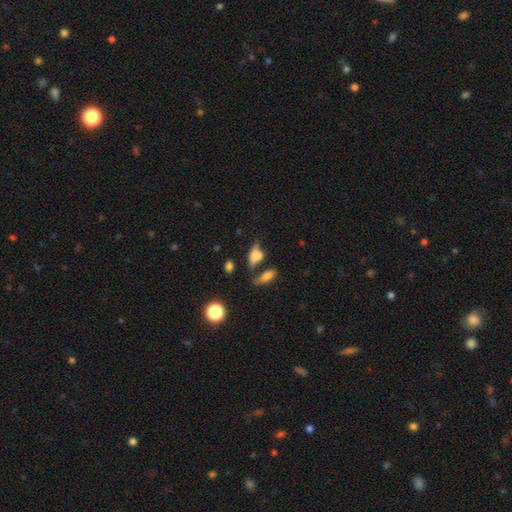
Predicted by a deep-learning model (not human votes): Smooth or featured: smooth — 66% (featured or disk — 22%)
How rounded: in between — 71% (cigar-shaped — 18%)
Merging: none — 41% (merger — 25%)